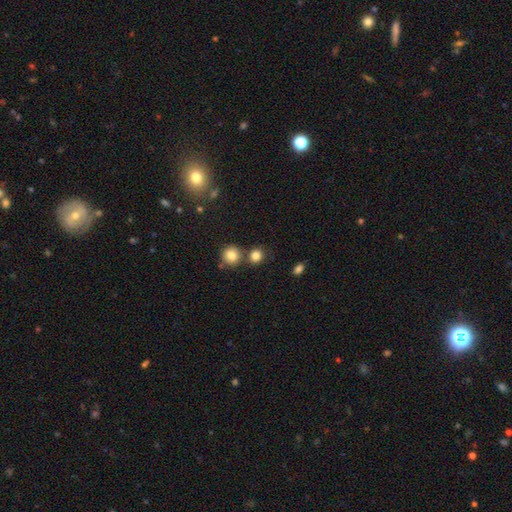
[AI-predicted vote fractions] A smooth galaxy with no disk features (82%) that is round (82%). Merging: none (69%).